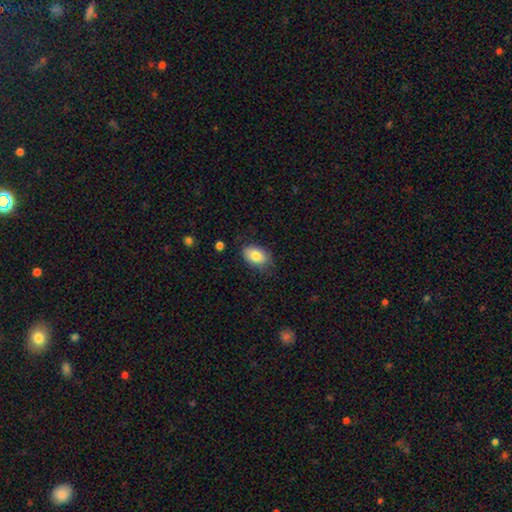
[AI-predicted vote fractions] Q: Smooth or featured?
A: smooth (82%); runner-up: featured or disk (11%)
Q: How rounded?
A: in between (88%); runner-up: round (11%)
Q: Merging?
A: none (74%); runner-up: minor disturbance (20%)